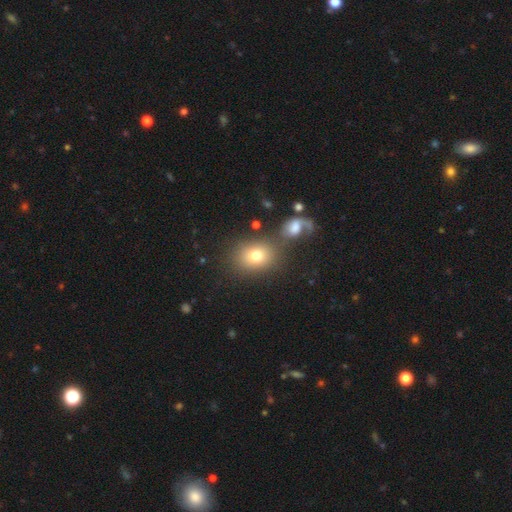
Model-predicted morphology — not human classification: Smooth or featured? smooth (75%)
How rounded? in between (50%)
Merging? none (60%)